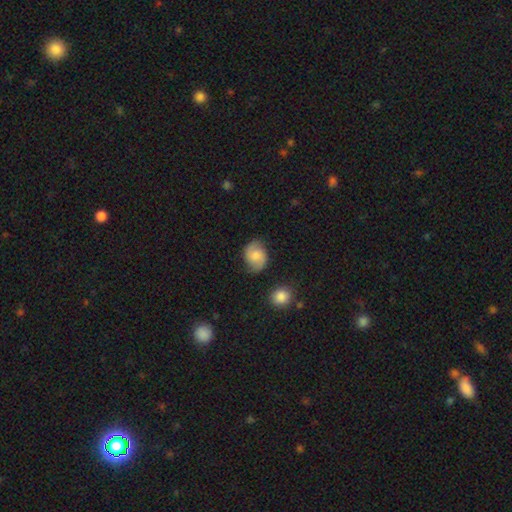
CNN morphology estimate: This appears to be a smooth galaxy with no disk features (47%). Merging: none (74%).